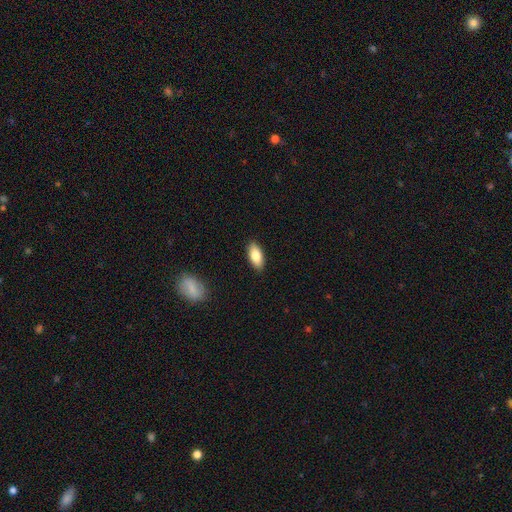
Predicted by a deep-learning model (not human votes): The model was most divided on "smooth or featured": smooth: 83%, featured or disk: 11%, star or artifact: 6%. More confident: merging — none (89%); how rounded — in between (87%).